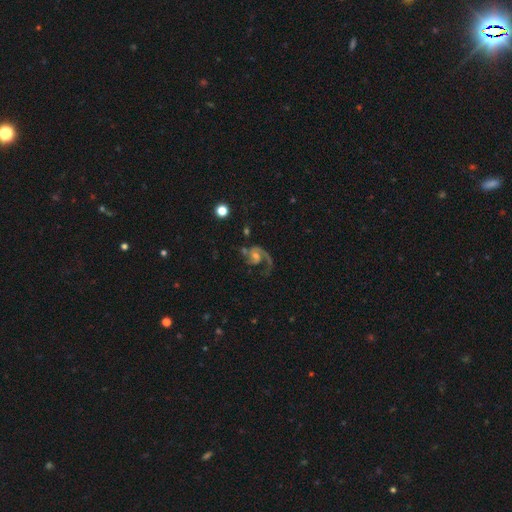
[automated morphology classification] A featured or disk galaxy (85%) with no bar (61%), 2 (47%) medium (44%) spiral arms (96%) and a moderate central bulge (48%). Merging: none (43%).